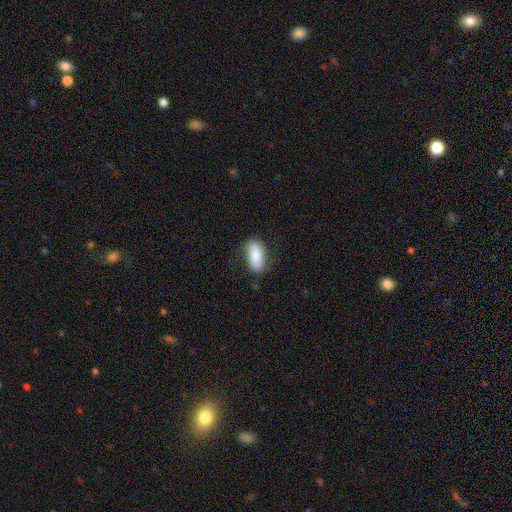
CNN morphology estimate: Smooth or featured: smooth — 74% (featured or disk — 19%)
How rounded: in between — 85% (cigar-shaped — 12%)
Merging: none — 76% (minor disturbance — 18%)